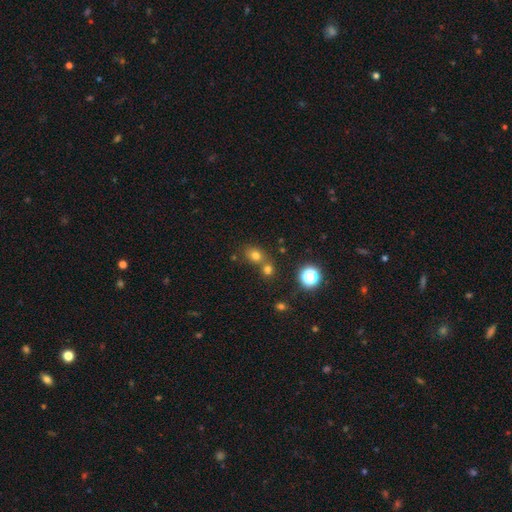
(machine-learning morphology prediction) Smooth or featured? Predicted: smooth (p=0.70). How rounded? Predicted: round (p=0.64). Merging? Predicted: none (p=0.54).